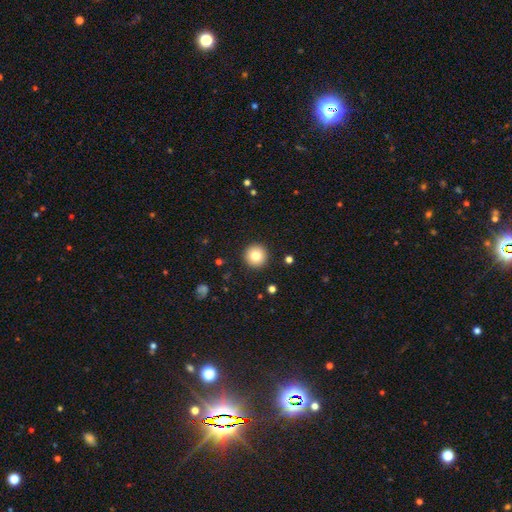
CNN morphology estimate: Smooth or featured?
  - smooth: 81% *
  - featured or disk: 10%
  - star or artifact: 9%
How rounded?
  - round: 96% *
  - in between: 3%
  - cigar-shaped: 1%
Merging?
  - none: 93% *
  - minor disturbance: 5%
  - major disturbance: 2%
  - merger: 1%